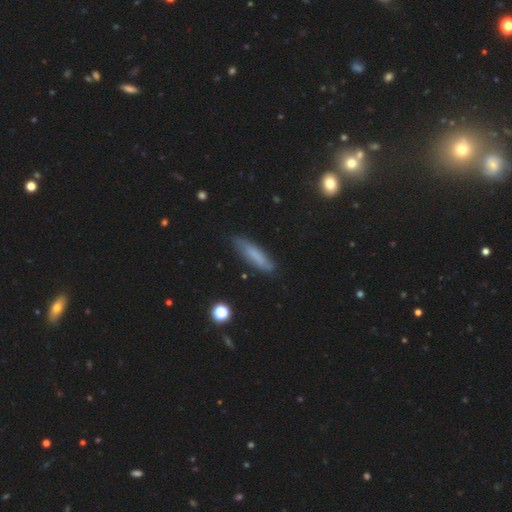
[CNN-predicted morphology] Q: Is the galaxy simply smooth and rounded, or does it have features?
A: smooth — 68%.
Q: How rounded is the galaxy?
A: cigar-shaped — 76%.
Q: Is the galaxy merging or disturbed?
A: none — 77%.